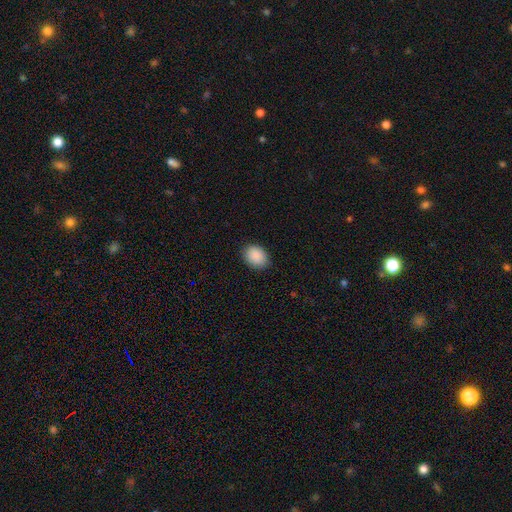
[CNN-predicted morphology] A smooth galaxy with no disk features (90%) that is in between round and cigar-shaped (69%).

Vote fractions:
- Smooth or featured? smooth: 90% / star or artifact: 7% / featured or disk: 3%
- How rounded? in between: 69% / round: 30% / cigar-shaped: 1%
- Merging? none: 85% / minor disturbance: 11% / major disturbance: 2% / merger: 1%